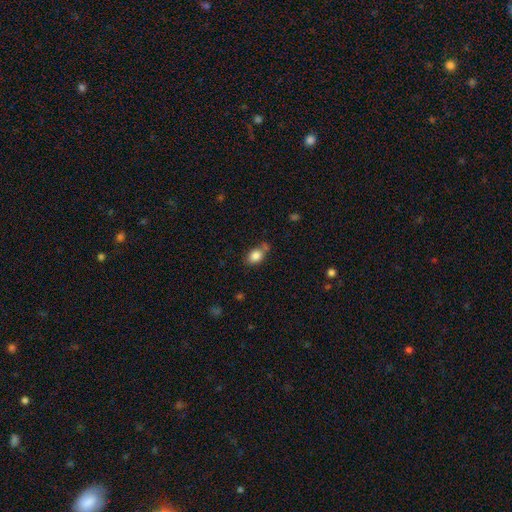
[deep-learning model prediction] Q: Smooth or featured?
A: smooth (84%); runner-up: star or artifact (9%)
Q: How rounded?
A: in between (69%); runner-up: round (30%)
Q: Merging?
A: none (59%); runner-up: minor disturbance (23%)